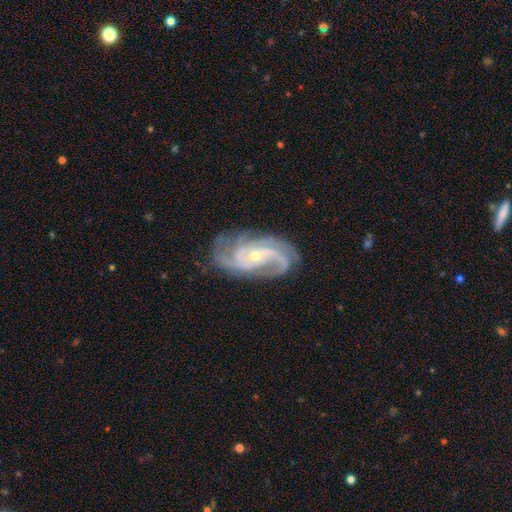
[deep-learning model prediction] The model was most divided on "spiral arm count": 3: 35%, 2: 32%, can't tell: 12%, 4: 11%, more than 4: 5%, 1: 5%. Remaining: spiral arms — yes (98%); edge-on disk — no (97%); smooth or featured — featured or disk (91%); merging — none (72%); bulge size — small (72%); bar — no (59%); spiral winding — medium (47%).